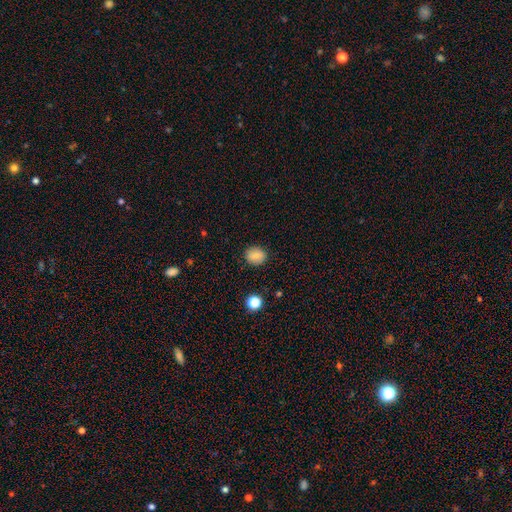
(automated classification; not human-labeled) Overall: smooth (80%). How rounded: round (69%; in between 30%). Merging: none (88%).